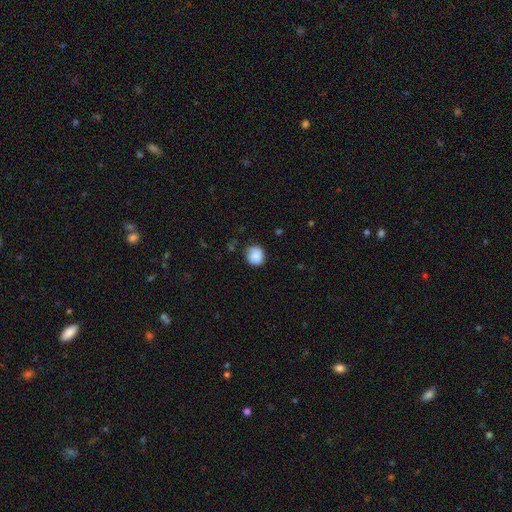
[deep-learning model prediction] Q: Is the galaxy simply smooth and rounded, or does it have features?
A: smooth — 87%.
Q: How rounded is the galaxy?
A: round — 88%.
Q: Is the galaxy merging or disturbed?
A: none — 78%.